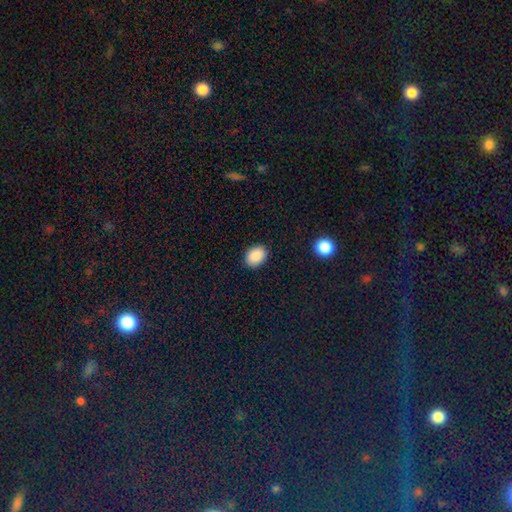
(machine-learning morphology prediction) This appears to be a smooth galaxy with no disk features (89%) that is in between round and cigar-shaped (70%). Merging: none (88%).